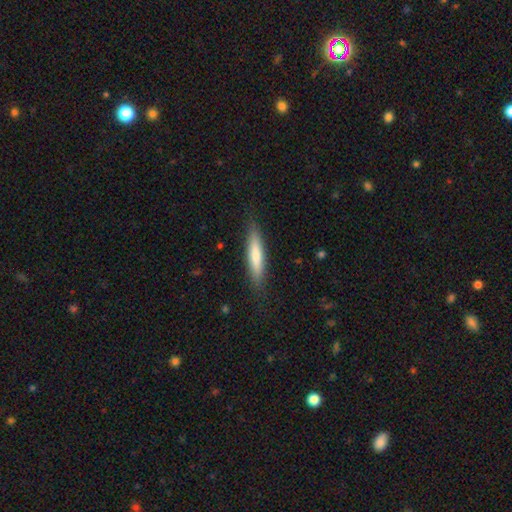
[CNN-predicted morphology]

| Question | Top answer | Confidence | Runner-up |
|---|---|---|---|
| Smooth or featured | smooth | 70% | featured or disk (24%) |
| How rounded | cigar-shaped | 86% | in between (13%) |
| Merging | none | 85% | minor disturbance (11%) |